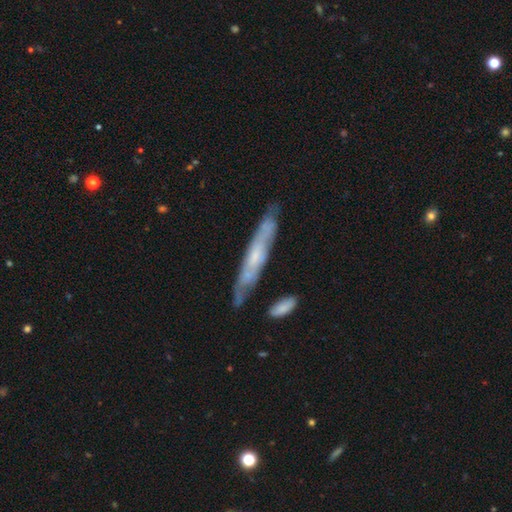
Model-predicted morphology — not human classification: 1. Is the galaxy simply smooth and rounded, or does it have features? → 62% featured or disk, 32% smooth, 6% star or artifact.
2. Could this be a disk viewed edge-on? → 64% yes, 36% no.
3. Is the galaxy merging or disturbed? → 72% none, 18% minor disturbance, 5% merger, 4% major disturbance.